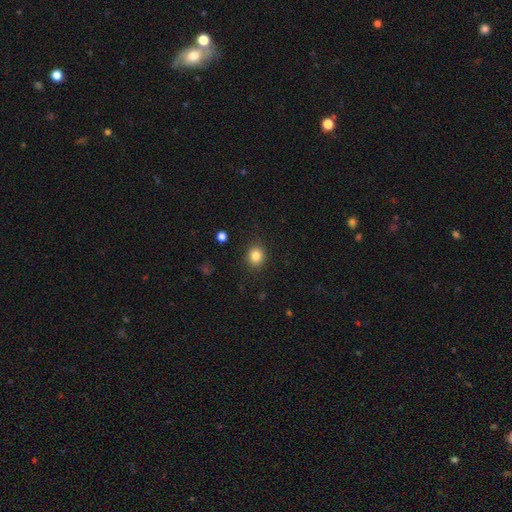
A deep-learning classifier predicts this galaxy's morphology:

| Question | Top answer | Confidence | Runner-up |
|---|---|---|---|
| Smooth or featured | smooth | 84% | star or artifact (11%) |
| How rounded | round | 75% | in between (24%) |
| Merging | none | 88% | minor disturbance (8%) |